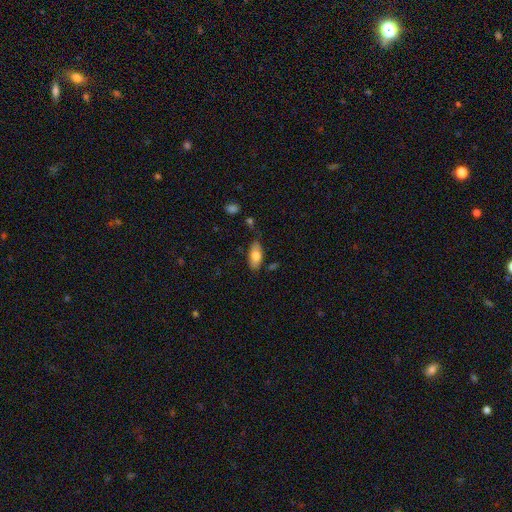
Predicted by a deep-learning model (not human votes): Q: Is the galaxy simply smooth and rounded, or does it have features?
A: smooth — 75%.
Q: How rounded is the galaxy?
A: in between — 86%.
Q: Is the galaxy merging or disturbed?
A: none — 74%.